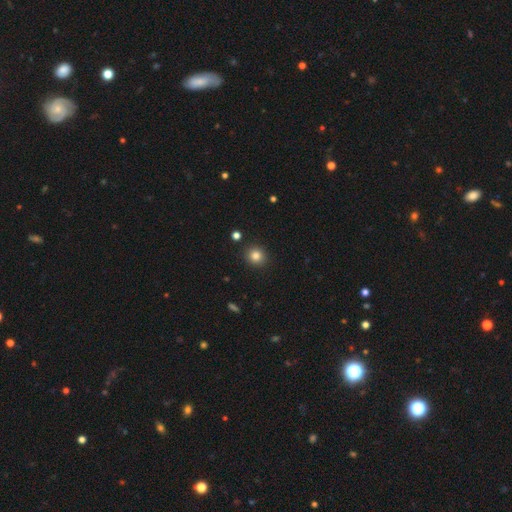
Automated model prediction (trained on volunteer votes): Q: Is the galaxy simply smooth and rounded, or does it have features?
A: smooth — 83%.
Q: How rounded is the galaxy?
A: round — 90%.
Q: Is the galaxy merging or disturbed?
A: none — 91%.